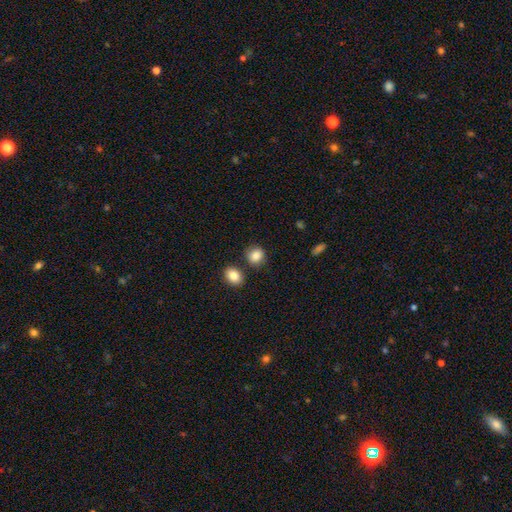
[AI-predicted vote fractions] Smooth or featured: smooth — 85% (star or artifact — 9%)
How rounded: round — 71% (in between — 28%)
Merging: none — 77% (minor disturbance — 11%)